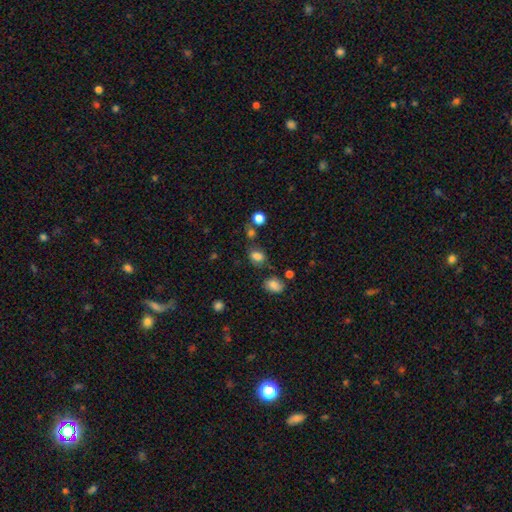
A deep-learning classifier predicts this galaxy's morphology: type=smooth (79%); roundness=in between (70%); merging=none (63%).